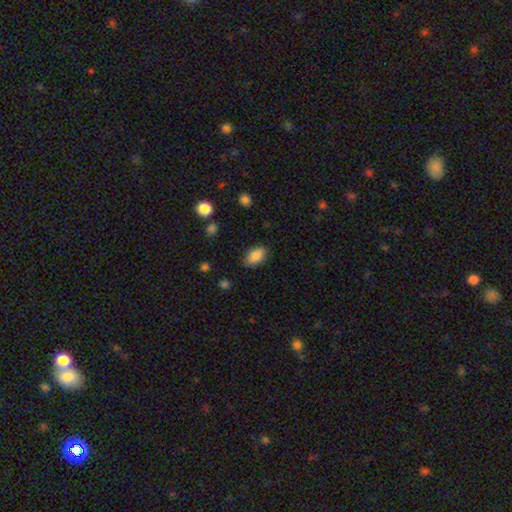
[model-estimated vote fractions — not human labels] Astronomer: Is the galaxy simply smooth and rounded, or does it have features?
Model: smooth — 87%.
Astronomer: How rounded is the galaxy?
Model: in between — 91%.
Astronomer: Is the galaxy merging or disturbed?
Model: none — 84%.